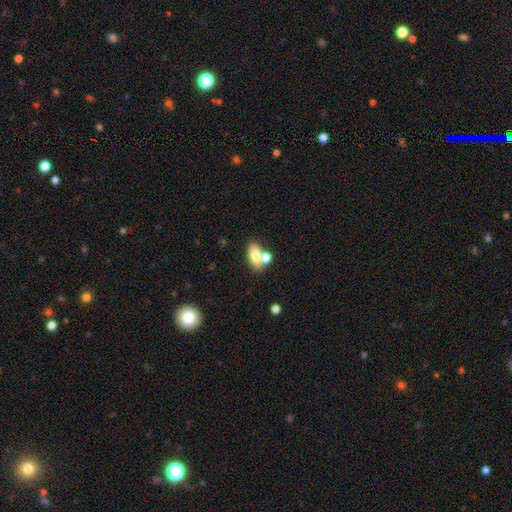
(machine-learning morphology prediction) Smooth or featured: smooth — 75% (featured or disk — 16%)
How rounded: in between — 84% (round — 12%)
Merging: none — 52% (merger — 33%)